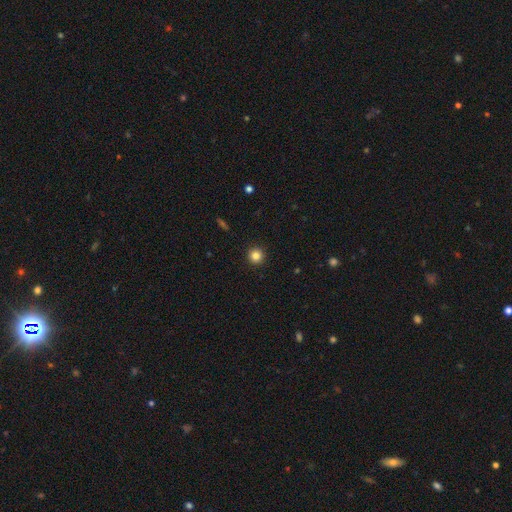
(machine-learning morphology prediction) smooth 84%, star or artifact 11%, featured or disk 5%. Down the decision tree: how rounded — round (96%); merging — none (93%).